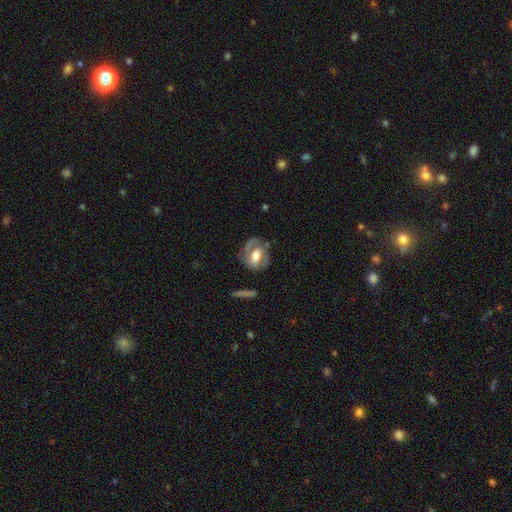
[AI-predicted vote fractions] featured or disk 63%, smooth 31%, star or artifact 6%. Down the decision tree: edge-on disk — no (94%); bar — weak (39%); spiral arms — yes (67%); bulge size — moderate (54%); merging — none (65%).